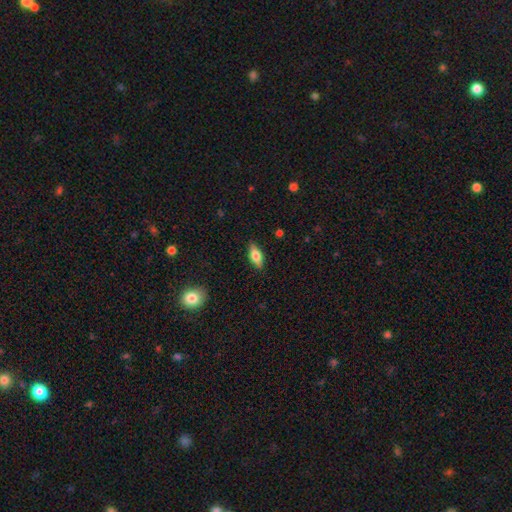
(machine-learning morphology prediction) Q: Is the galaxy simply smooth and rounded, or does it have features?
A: smooth — 65%.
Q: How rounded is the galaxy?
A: in between — 76%.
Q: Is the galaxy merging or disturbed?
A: none — 87%.